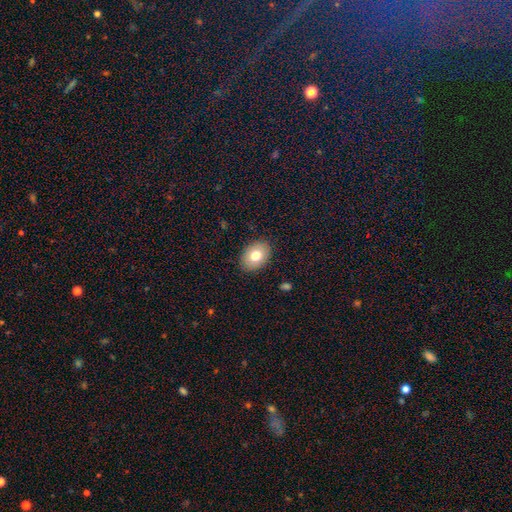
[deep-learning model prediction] A smooth galaxy with no disk features (77%) that is in between round and cigar-shaped (75%). Merging: none (88%).